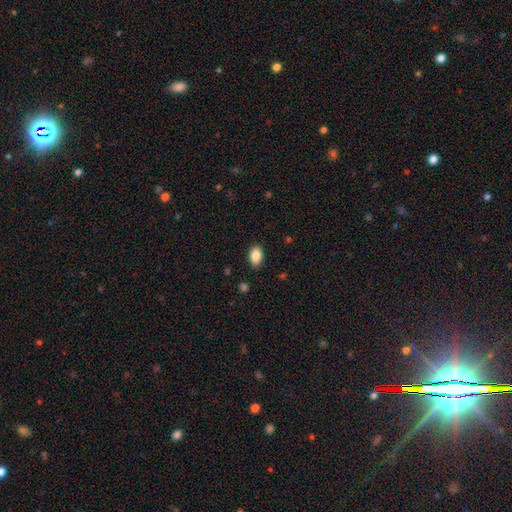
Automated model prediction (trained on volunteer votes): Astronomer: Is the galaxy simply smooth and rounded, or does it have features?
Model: smooth — 87%.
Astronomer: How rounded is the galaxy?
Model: in between — 87%.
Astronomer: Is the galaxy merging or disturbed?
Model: none — 88%.